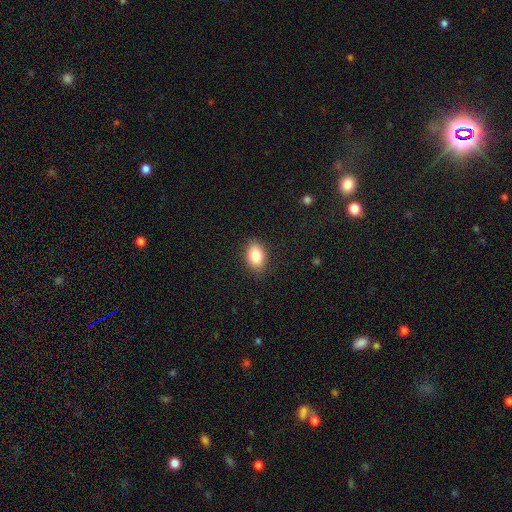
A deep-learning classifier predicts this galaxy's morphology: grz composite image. It shows a smooth galaxy with no disk features (85%) that is in between round and cigar-shaped (84%). Merging: none (87%).